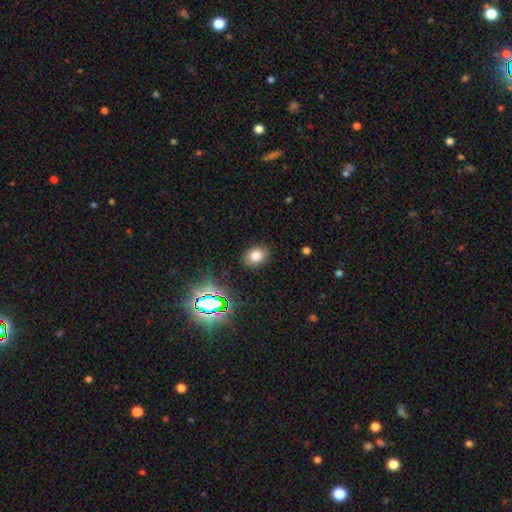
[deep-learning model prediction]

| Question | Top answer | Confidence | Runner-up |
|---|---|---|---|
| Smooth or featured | smooth | 76% | star or artifact (15%) |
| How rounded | in between | 64% | round (35%) |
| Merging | none | 88% | minor disturbance (8%) |